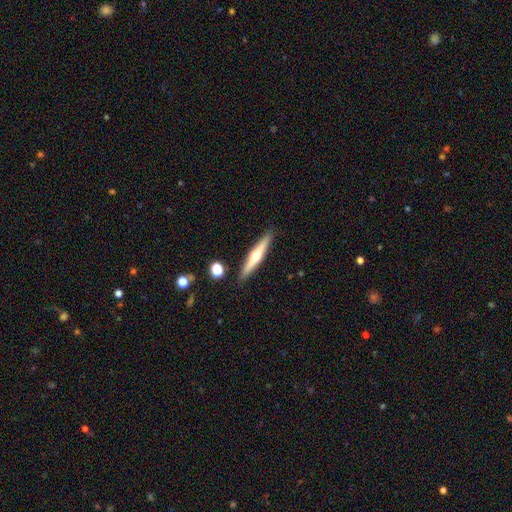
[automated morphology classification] Smooth or featured: featured or disk — 65% (smooth — 29%)
Edge-on disk: yes — 97% (no — 3%)
Edge-on bulge: rounded — 93% (none — 5%)
Merging: none — 90% (minor disturbance — 7%)